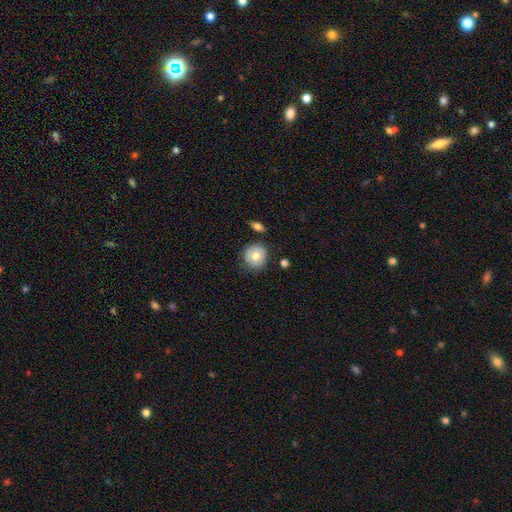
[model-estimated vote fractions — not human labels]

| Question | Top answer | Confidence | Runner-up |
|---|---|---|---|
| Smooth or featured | smooth | 68% | featured or disk (24%) |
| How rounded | round | 87% | in between (12%) |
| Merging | none | 77% | minor disturbance (15%) |